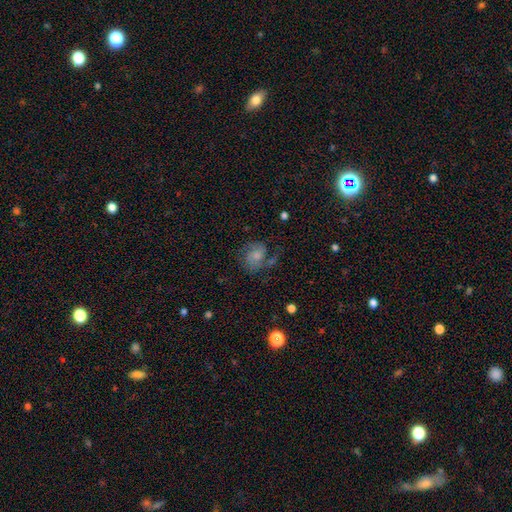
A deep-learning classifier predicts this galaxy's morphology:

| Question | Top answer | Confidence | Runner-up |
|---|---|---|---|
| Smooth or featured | featured or disk | 57% | smooth (33%) |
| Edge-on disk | no | 98% | yes (2%) |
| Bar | no | 68% | weak (28%) |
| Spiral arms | yes | 85% | no (15%) |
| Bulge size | moderate | 39% | small (33%) |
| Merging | none | 49% | major disturbance (24%) |